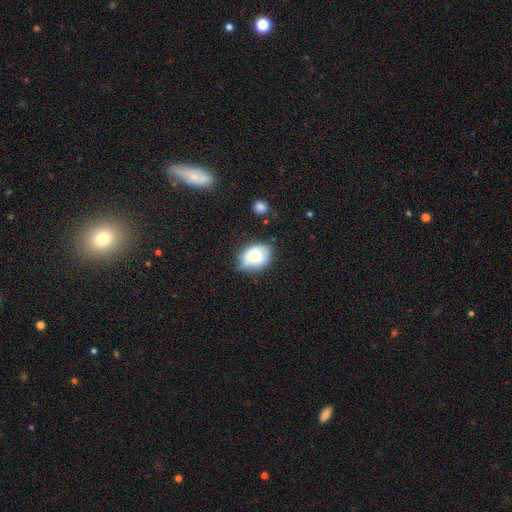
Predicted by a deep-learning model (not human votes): Smooth or featured? Predicted: smooth (p=0.79). How rounded? Predicted: in between (p=0.71). Merging? Predicted: none (p=0.61).